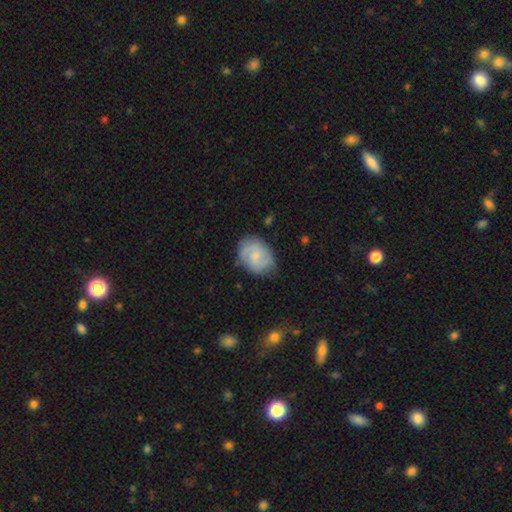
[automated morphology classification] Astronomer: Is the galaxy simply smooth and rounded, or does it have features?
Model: featured or disk — 56% (runner-up: smooth, 38%).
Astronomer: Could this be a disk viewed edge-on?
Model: no — 97%.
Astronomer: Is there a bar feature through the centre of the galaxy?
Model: no — 54% (runner-up: weak, 41%).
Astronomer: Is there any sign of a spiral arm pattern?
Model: yes — 85%.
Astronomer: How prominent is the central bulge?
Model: small — 51% (runner-up: moderate, 31%).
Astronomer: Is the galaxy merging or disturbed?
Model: none — 69%.